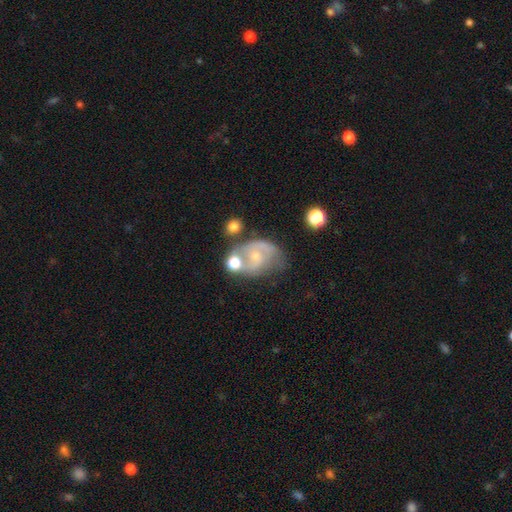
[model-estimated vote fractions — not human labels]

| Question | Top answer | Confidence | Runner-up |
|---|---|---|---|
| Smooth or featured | featured or disk | 68% | smooth (23%) |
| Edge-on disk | no | 97% | yes (3%) |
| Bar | no | 59% | weak (35%) |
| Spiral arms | yes | 83% | no (17%) |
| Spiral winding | medium | 48% | loose (30%) |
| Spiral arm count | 2 | 71% | can't tell (14%) |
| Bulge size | small | 60% | moderate (29%) |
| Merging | none | 36% | minor disturbance (24%) |